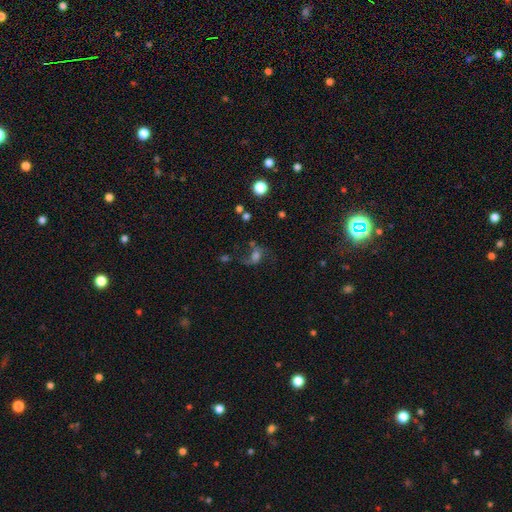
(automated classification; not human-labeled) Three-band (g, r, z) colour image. It shows a featured or disk galaxy (42%). Merging: none (40%).